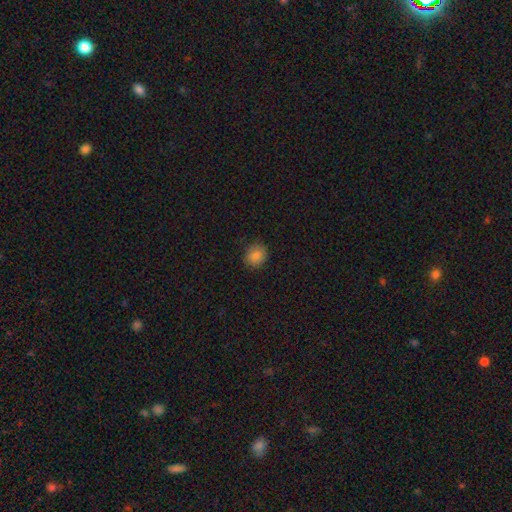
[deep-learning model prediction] This is clearly a smooth galaxy (84%). How rounded: likely round (75%). Merging: clearly none (86%).